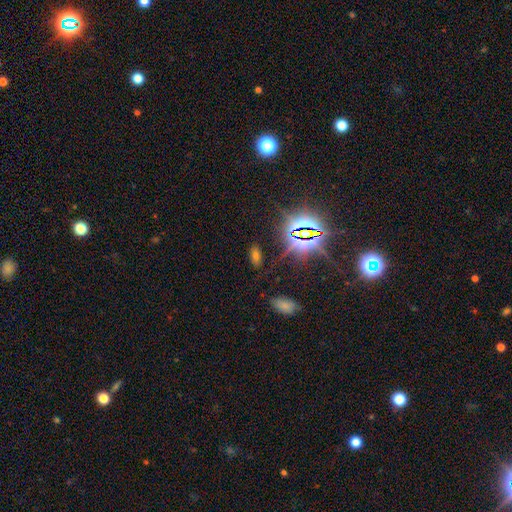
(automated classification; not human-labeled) Overall: star or artifact (46%; smooth 42%).